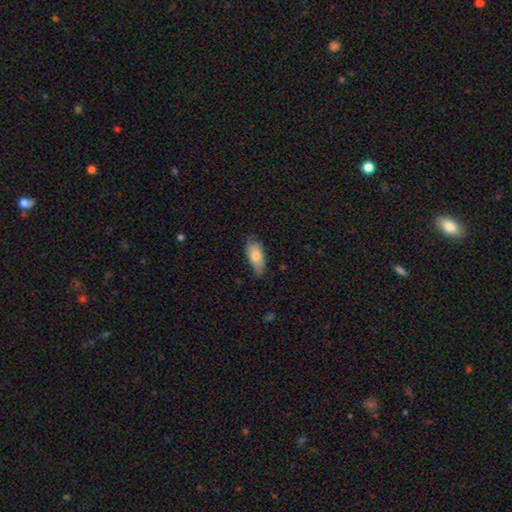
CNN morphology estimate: Smooth or featured?
  - smooth: 76% *
  - featured or disk: 18%
  - star or artifact: 6%
How rounded?
  - in between: 83% *
  - cigar-shaped: 14%
  - round: 2%
Merging?
  - none: 65% *
  - minor disturbance: 28%
  - major disturbance: 5%
  - merger: 1%